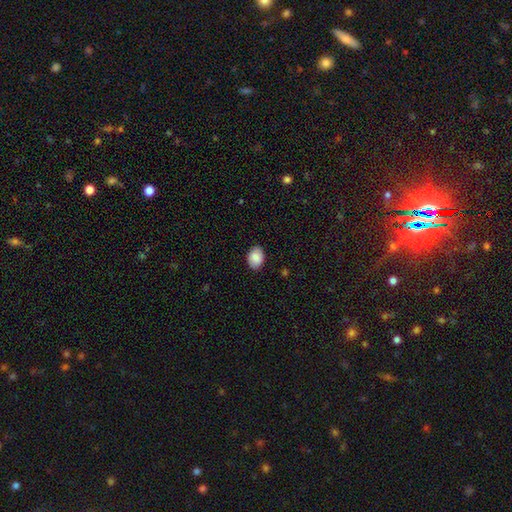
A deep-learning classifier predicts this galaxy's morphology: Smooth or featured? Predicted: smooth (p=0.88). How rounded? Predicted: in between (p=0.79). Merging? Predicted: none (p=0.88).